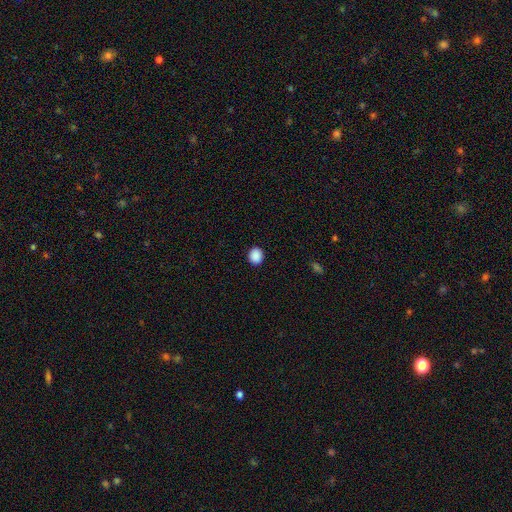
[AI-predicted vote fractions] Q: Smooth or featured?
A: smooth (89%); runner-up: star or artifact (9%)
Q: How rounded?
A: round (73%); runner-up: in between (26%)
Q: Merging?
A: none (92%); runner-up: minor disturbance (6%)